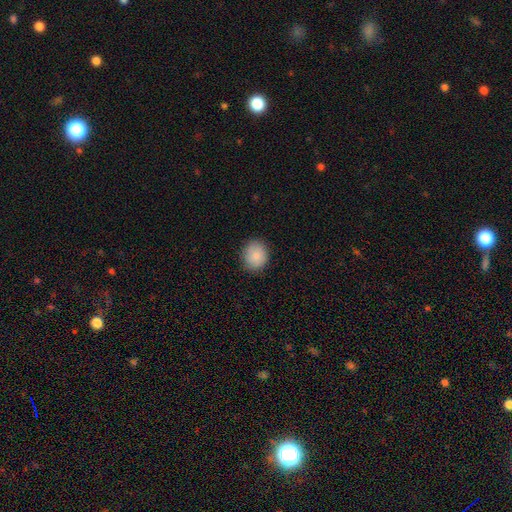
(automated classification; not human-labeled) Smooth or featured? smooth (86%)
How rounded? round (76%)
Merging? none (87%)